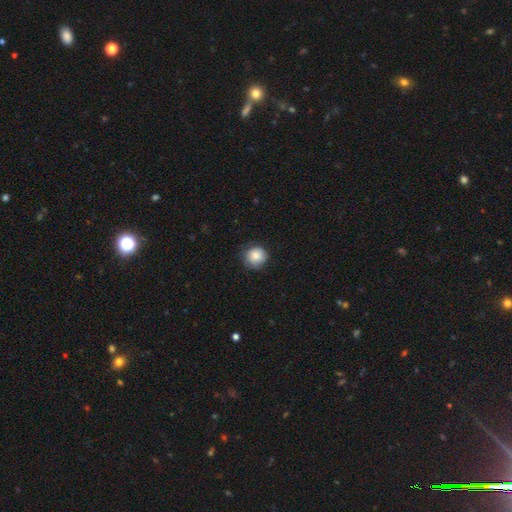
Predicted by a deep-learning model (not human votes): Q: Smooth or featured?
A: smooth (85%); runner-up: star or artifact (8%)
Q: How rounded?
A: round (91%); runner-up: in between (8%)
Q: Merging?
A: none (78%); runner-up: minor disturbance (17%)